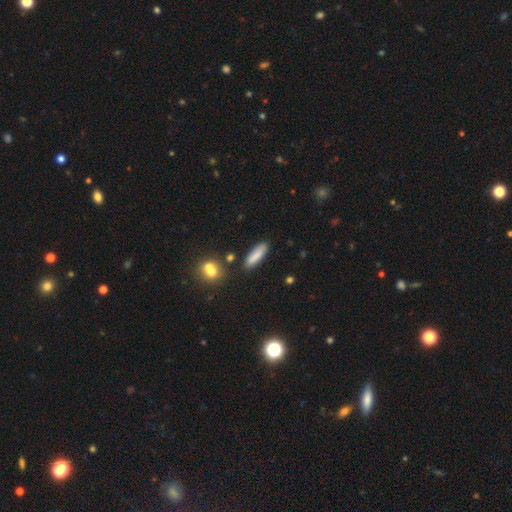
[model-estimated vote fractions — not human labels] This is clearly a smooth galaxy (83%). How rounded: likely cigar-shaped (65%). Merging: clearly none (83%).